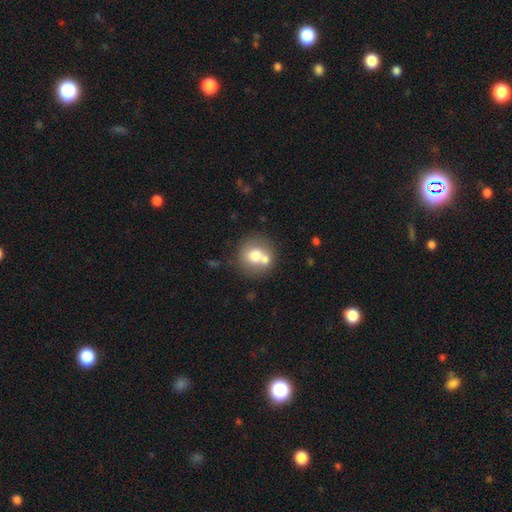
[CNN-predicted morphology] This is likely a smooth galaxy (68%). How rounded: clearly round (86%). Merging: possibly none (51%).